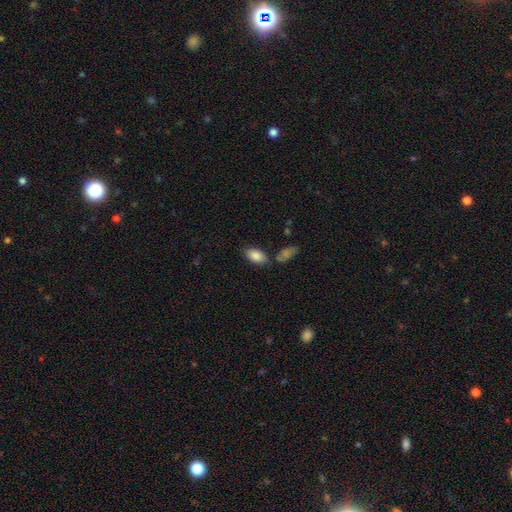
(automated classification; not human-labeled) This is clearly a smooth galaxy (87%). How rounded: clearly in between (93%). Merging: likely none (71%).